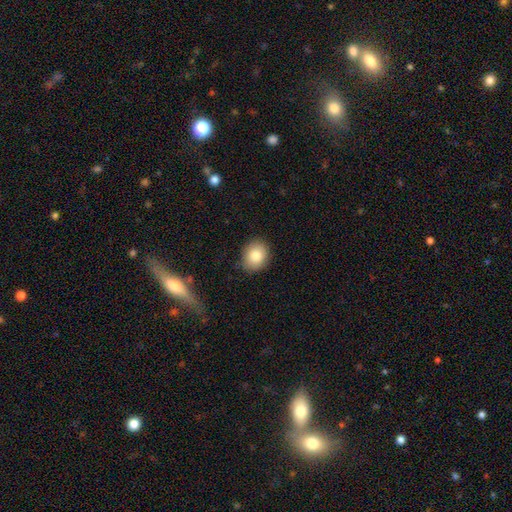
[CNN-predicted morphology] Smooth or featured?
  - smooth: 83% *
  - featured or disk: 9%
  - star or artifact: 9%
How rounded?
  - round: 63% *
  - in between: 36%
  - cigar-shaped: 1%
Merging?
  - none: 82% *
  - minor disturbance: 14%
  - major disturbance: 3%
  - merger: 1%